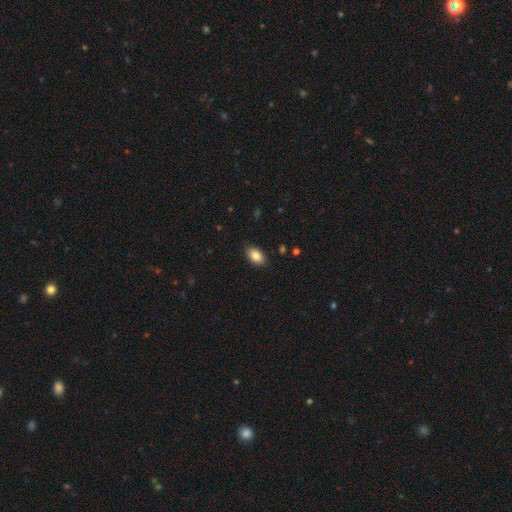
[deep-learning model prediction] smooth-or-featured: smooth: 84% | star or artifact: 8% | featured or disk: 8%
  how-rounded: in between: 89% | round: 9% | cigar-shaped: 1%
  merging: none: 88% | minor disturbance: 9% | major disturbance: 2% | merger: 1%